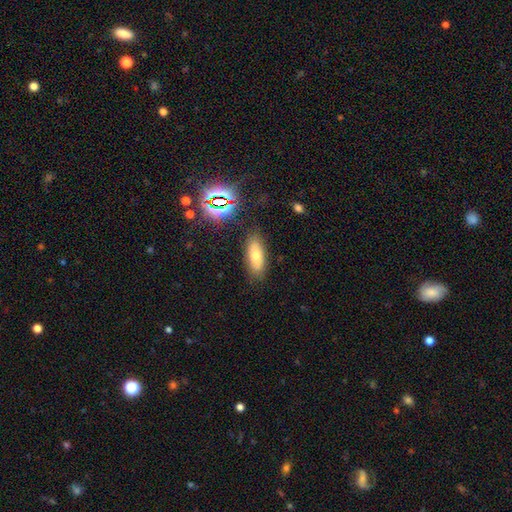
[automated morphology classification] Q: Smooth or featured?
A: smooth (60%); runner-up: featured or disk (22%)
Q: How rounded?
A: in between (74%); runner-up: cigar-shaped (22%)
Q: Merging?
A: none (83%); runner-up: minor disturbance (11%)